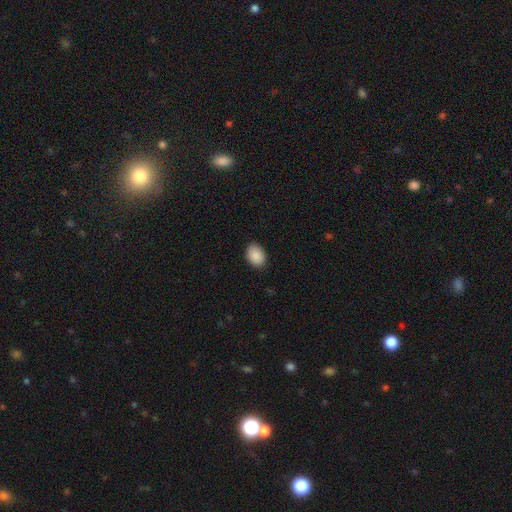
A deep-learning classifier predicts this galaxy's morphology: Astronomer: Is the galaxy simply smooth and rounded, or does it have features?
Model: smooth — 89%.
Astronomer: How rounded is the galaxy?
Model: in between — 72%.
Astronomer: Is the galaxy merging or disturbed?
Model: none — 85%.